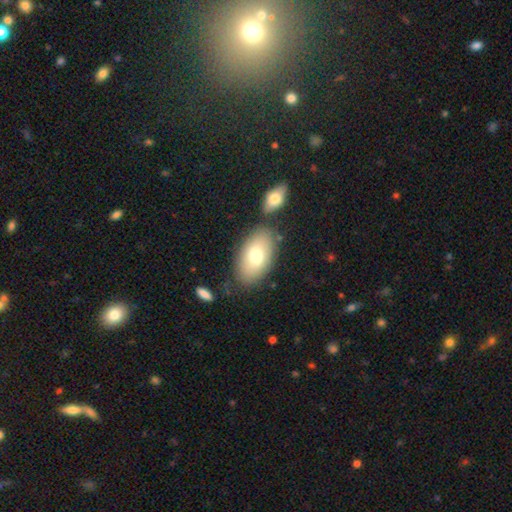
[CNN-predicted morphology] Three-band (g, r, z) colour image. It shows a smooth galaxy with no disk features (74%) that is in between round and cigar-shaped (93%). Merging: none (73%).